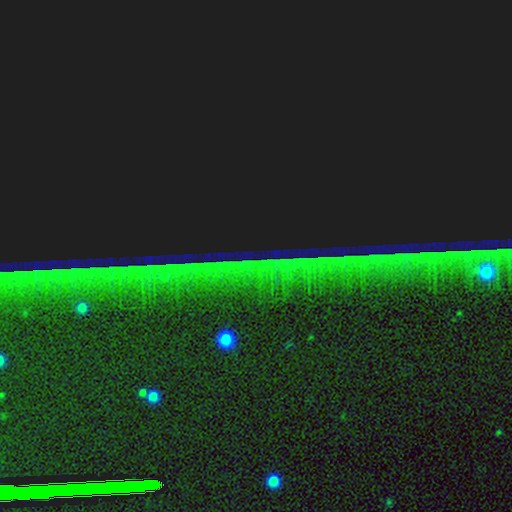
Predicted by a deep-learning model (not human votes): smooth-or-featured: star or artifact: 86% | smooth: 7% | featured or disk: 7%